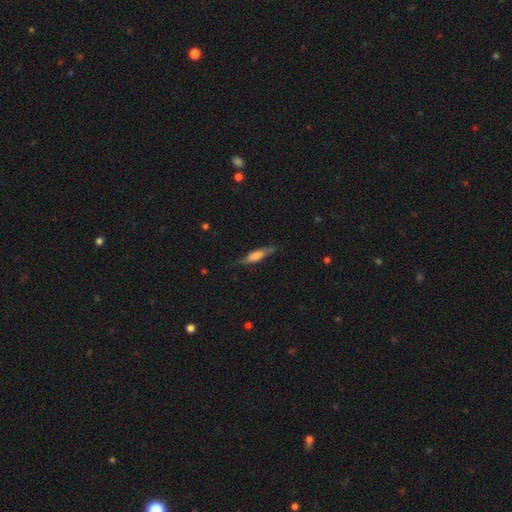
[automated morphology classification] Q: Smooth or featured?
A: smooth (56%); runner-up: featured or disk (37%)
Q: How rounded?
A: cigar-shaped (78%); runner-up: in between (20%)
Q: Merging?
A: none (78%); runner-up: minor disturbance (17%)